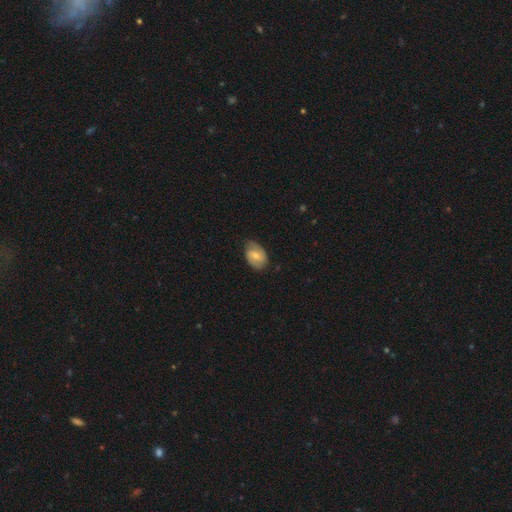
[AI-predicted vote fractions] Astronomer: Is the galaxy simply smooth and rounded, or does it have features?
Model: featured or disk — 50% (runner-up: smooth, 43%).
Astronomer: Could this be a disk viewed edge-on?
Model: no — 96%.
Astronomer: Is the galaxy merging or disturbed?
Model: none — 70%.